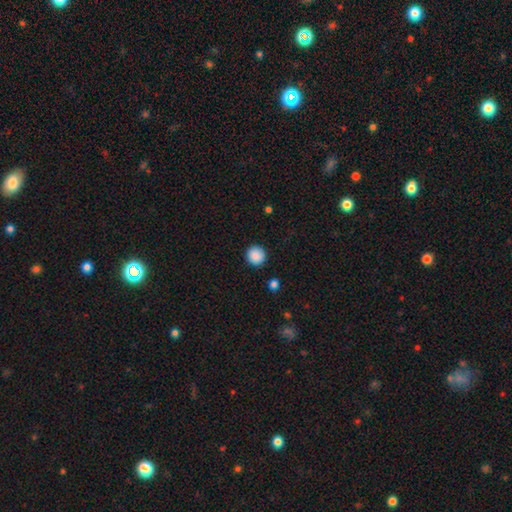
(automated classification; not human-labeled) The model was most divided on "smooth or featured": smooth: 88%, star or artifact: 9%, featured or disk: 3%. More confident: how rounded — round (93%); merging — none (92%).